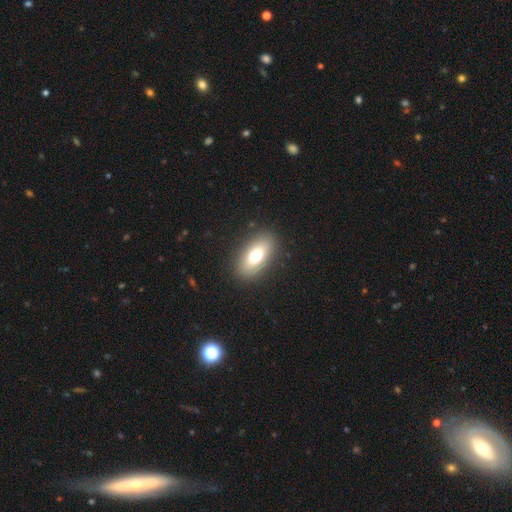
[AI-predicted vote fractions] Overall: smooth (75%). How rounded: in between (88%). Merging: none (88%).